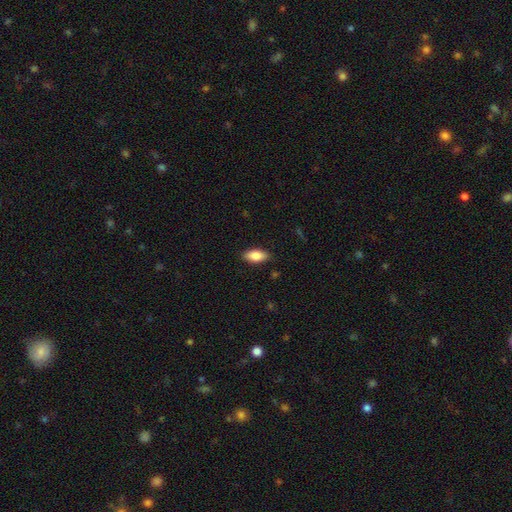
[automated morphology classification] Smooth or featured? smooth (85%)
How rounded? in between (89%)
Merging? none (88%)